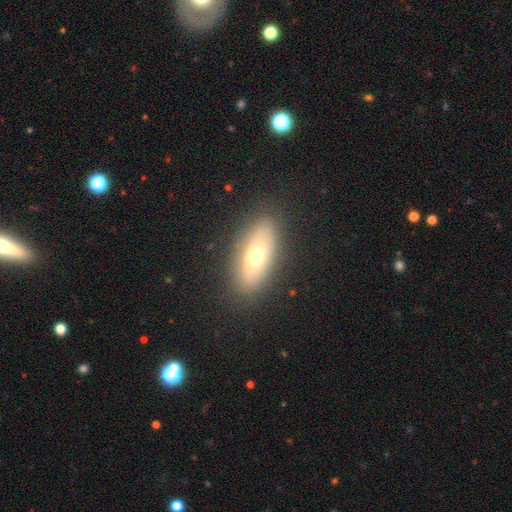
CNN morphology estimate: type=smooth (61%); roundness=in between (82%); merging=none (86%).